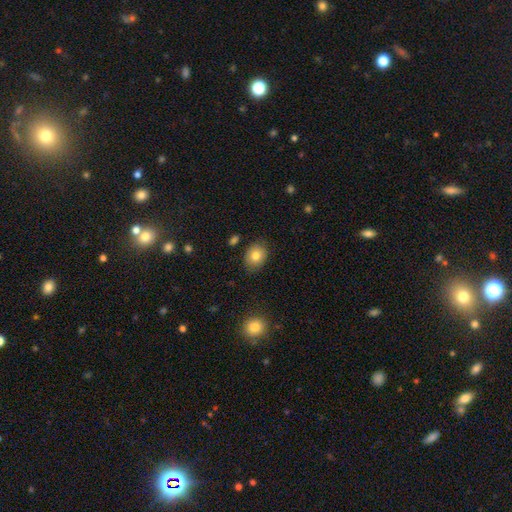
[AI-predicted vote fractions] smooth_or_featured: smooth (p=0.79) [alt: featured or disk p=0.12]
how_rounded: in between (p=0.54) [alt: round p=0.45]
merging: none (p=0.83) [alt: minor disturbance p=0.12]